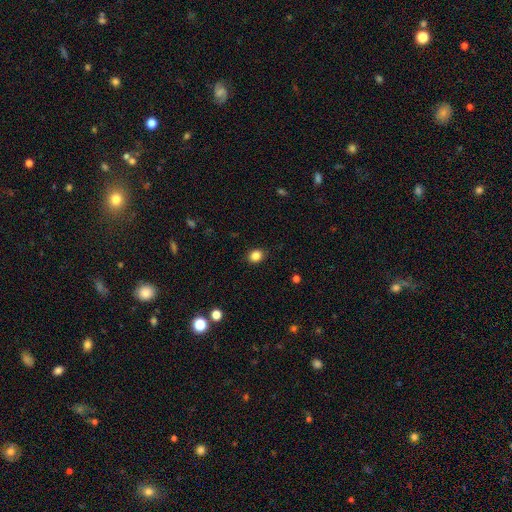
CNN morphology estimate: Smooth or featured?
  - smooth: 85% *
  - star or artifact: 11%
  - featured or disk: 4%
How rounded?
  - round: 58% *
  - in between: 41%
  - cigar-shaped: 1%
Merging?
  - none: 88% *
  - minor disturbance: 8%
  - major disturbance: 2%
  - merger: 1%